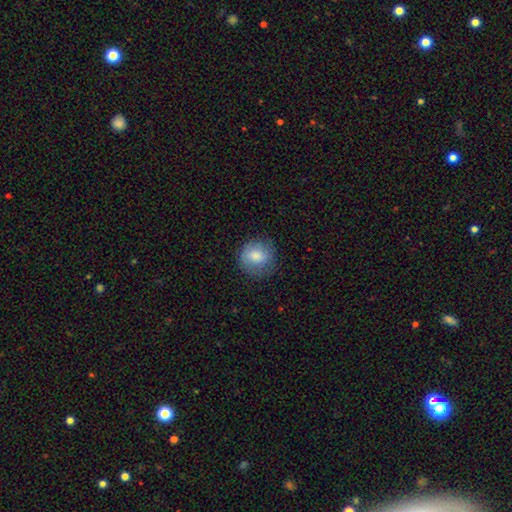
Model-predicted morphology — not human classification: smooth_or_featured: smooth (p=0.79) [alt: featured or disk p=0.14]
how_rounded: round (p=0.87) [alt: in between p=0.12]
merging: none (p=0.75) [alt: minor disturbance p=0.17]